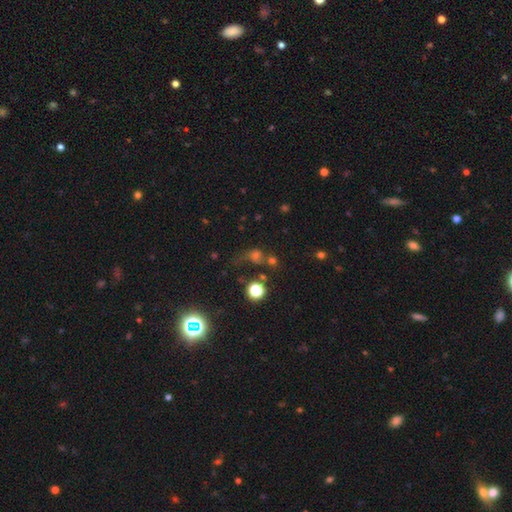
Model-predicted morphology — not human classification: A smooth galaxy with no disk features (47%).

Vote fractions:
- Smooth or featured? smooth: 47% / star or artifact: 38% / featured or disk: 15%
- Merging? none: 43% / merger: 23% / major disturbance: 20% / minor disturbance: 14%